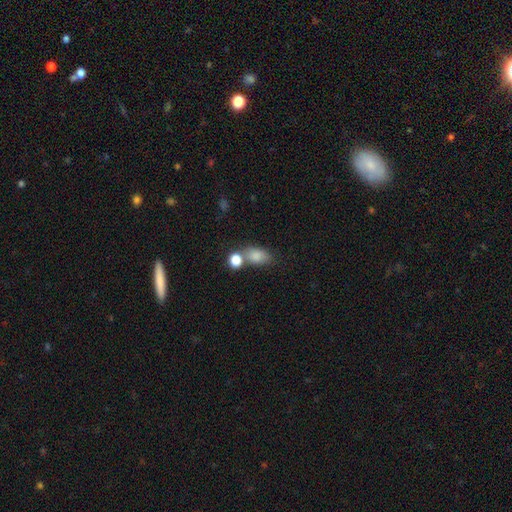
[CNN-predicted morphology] This is clearly a smooth galaxy (82%). How rounded: likely in between (80%). Merging: possibly none (50%).